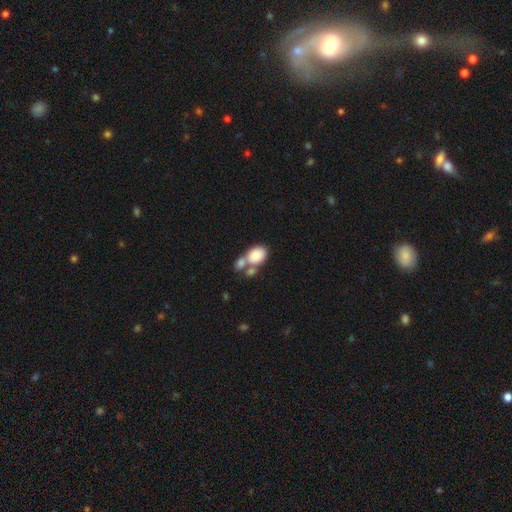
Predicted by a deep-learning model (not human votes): Overall: smooth (80%). How rounded: in between (79%). Merging: merger (55%; none 29%).